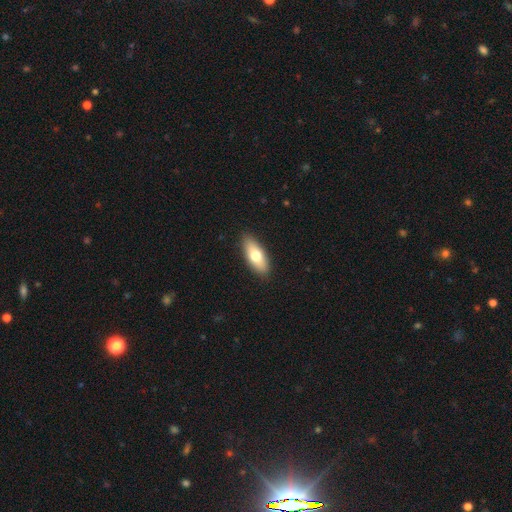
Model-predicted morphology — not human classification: This is likely a smooth galaxy (70%). How rounded: likely in between (79%). Merging: clearly none (88%).